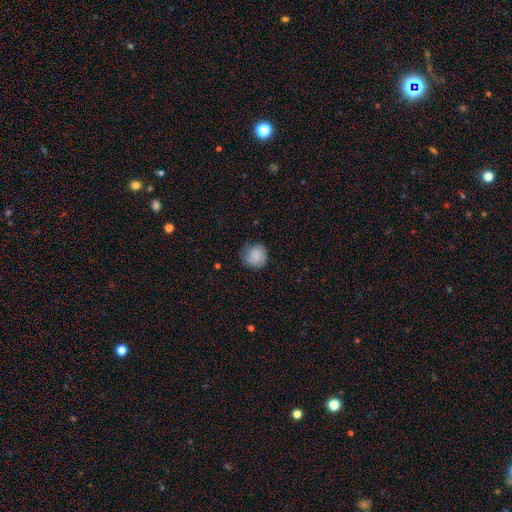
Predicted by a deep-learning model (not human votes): smooth 86%, star or artifact 7%, featured or disk 7%. Down the decision tree: how rounded — round (91%); merging — none (78%).